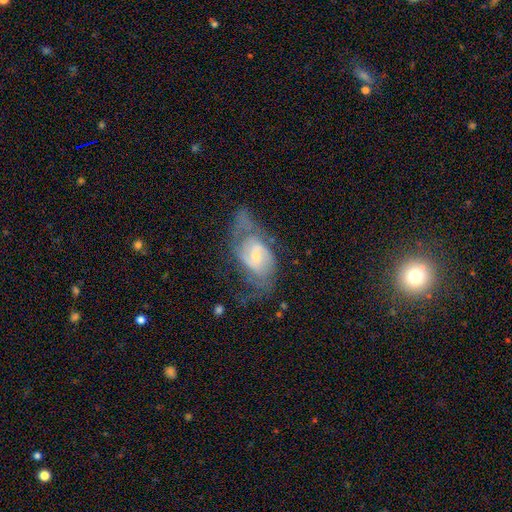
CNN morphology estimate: Smooth or featured? featured or disk (75%)
Edge-on disk? no (95%)
Bar? weak (55%)
Spiral arms? yes (85%)
Spiral winding? medium (45%)
Spiral arm count? 2 (68%)
Bulge size? small (52%)
Merging? none (37%)